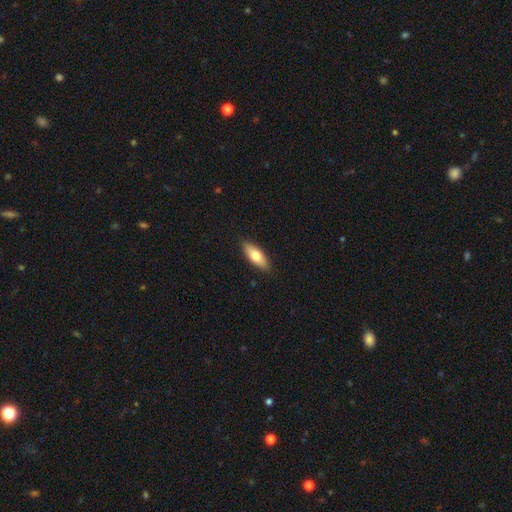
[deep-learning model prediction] A smooth galaxy with no disk features (70%) that is in between round and cigar-shaped (73%).

Vote fractions:
- Smooth or featured? smooth: 70% / featured or disk: 24% / star or artifact: 6%
- How rounded? in between: 73% / cigar-shaped: 24% / round: 3%
- Merging? none: 88% / minor disturbance: 9% / major disturbance: 2% / merger: 1%